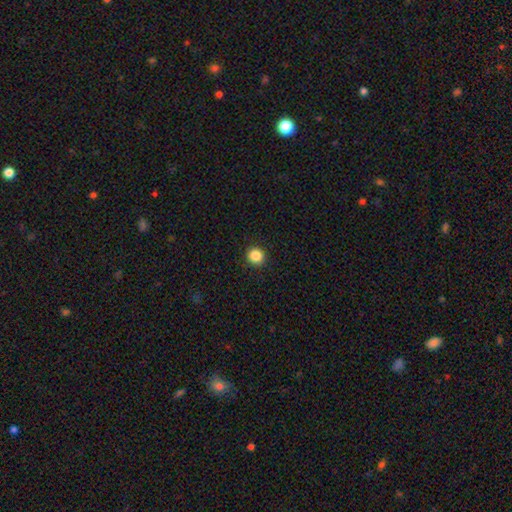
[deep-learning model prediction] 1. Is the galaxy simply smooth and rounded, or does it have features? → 87% smooth, 10% star or artifact, 3% featured or disk.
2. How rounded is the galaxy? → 92% round, 7% in between, 1% cigar-shaped.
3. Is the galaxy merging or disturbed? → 93% none, 4% minor disturbance, 2% major disturbance, 1% merger.